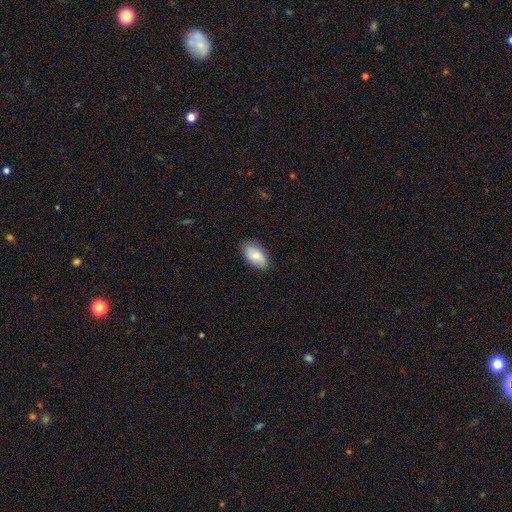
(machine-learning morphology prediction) Smooth or featured? smooth (79%)
How rounded? in between (94%)
Merging? none (84%)